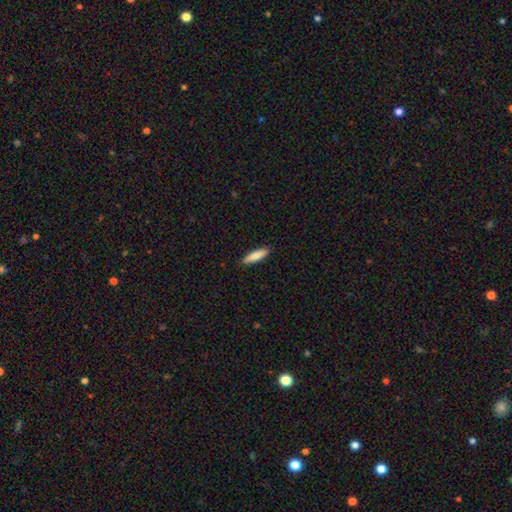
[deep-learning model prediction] This appears to be a smooth galaxy with no disk features (82%) that is cigar-shaped (69%). Merging: none (90%).